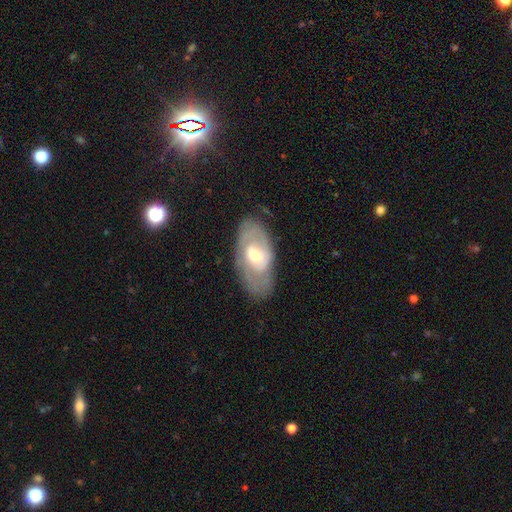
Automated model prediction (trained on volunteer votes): smooth-or-featured: featured or disk: 65% | smooth: 29% | star or artifact: 6%
  disk-edge-on: no: 91% | yes: 9%
    bar: no: 48% | weak: 40% | strong: 12%
    has-spiral-arms: yes: 68% | no: 32%
    bulge-size: moderate: 59% | small: 31% | large: 8% | none: 1% | dominant: 1%
  merging: none: 74% | minor disturbance: 18% | major disturbance: 7% | merger: 1%